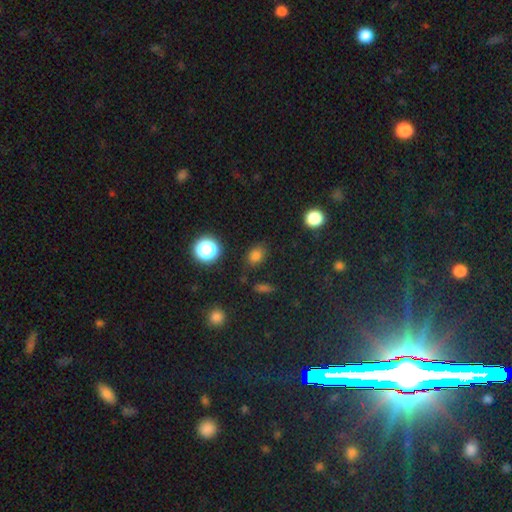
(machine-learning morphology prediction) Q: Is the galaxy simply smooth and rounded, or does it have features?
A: smooth — 76%.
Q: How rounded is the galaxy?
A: in between — 59%.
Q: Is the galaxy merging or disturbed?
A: none — 81%.